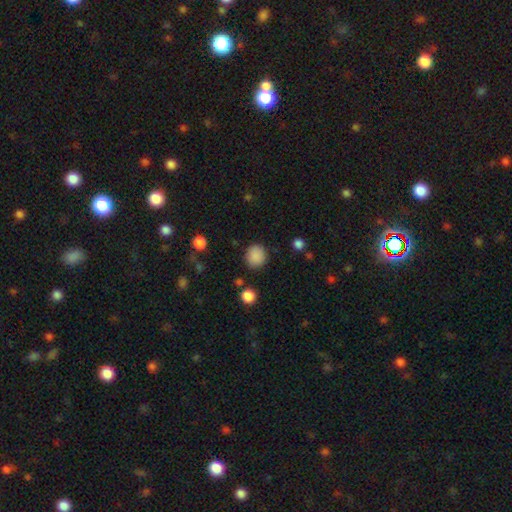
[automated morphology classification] smooth-or-featured: smooth: 87% | star or artifact: 9% | featured or disk: 3%
  how-rounded: round: 82% | in between: 17% | cigar-shaped: 1%
  merging: none: 86% | minor disturbance: 9% | major disturbance: 3% | merger: 2%